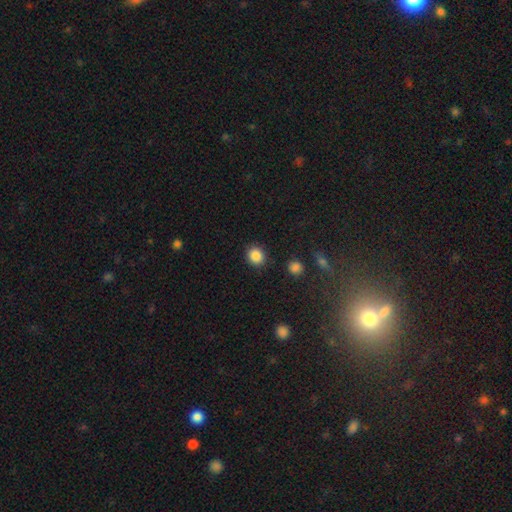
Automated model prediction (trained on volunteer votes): smooth-or-featured: smooth: 87% | star or artifact: 9% | featured or disk: 4%
  how-rounded: round: 78% | in between: 21% | cigar-shaped: 1%
  merging: none: 88% | minor disturbance: 8% | major disturbance: 2% | merger: 2%